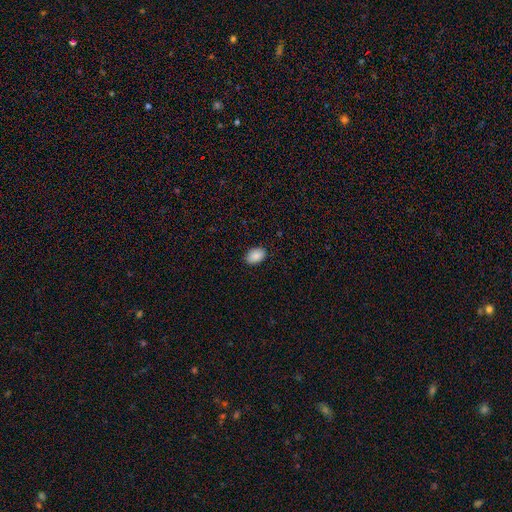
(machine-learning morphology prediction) A smooth galaxy with no disk features (89%) that is in between round and cigar-shaped (85%). Merging: none (88%).